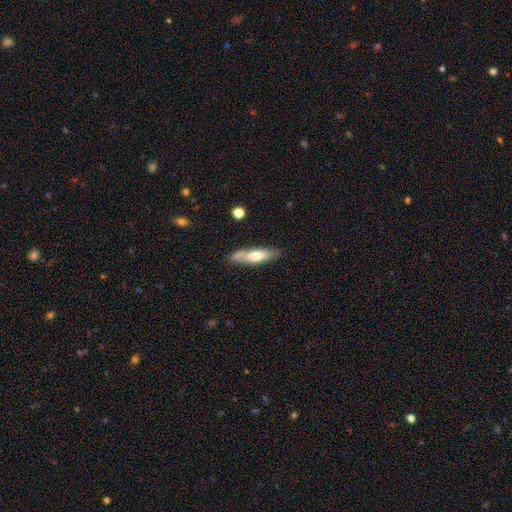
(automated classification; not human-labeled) Q: Smooth or featured?
A: smooth (62%); runner-up: featured or disk (33%)
Q: How rounded?
A: cigar-shaped (68%); runner-up: in between (30%)
Q: Merging?
A: none (69%); runner-up: minor disturbance (19%)